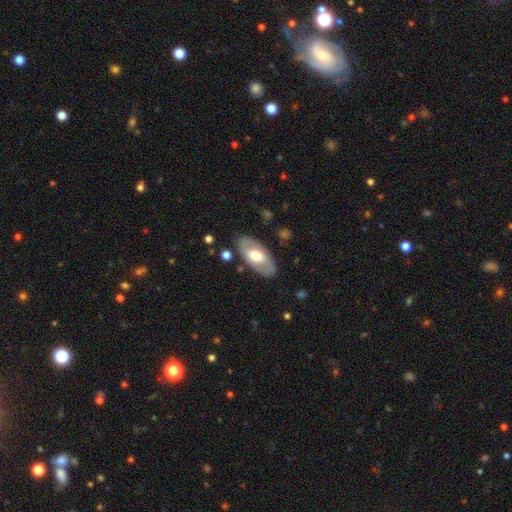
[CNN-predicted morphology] This appears to be a smooth galaxy with no disk features (49%). Merging: none (82%).